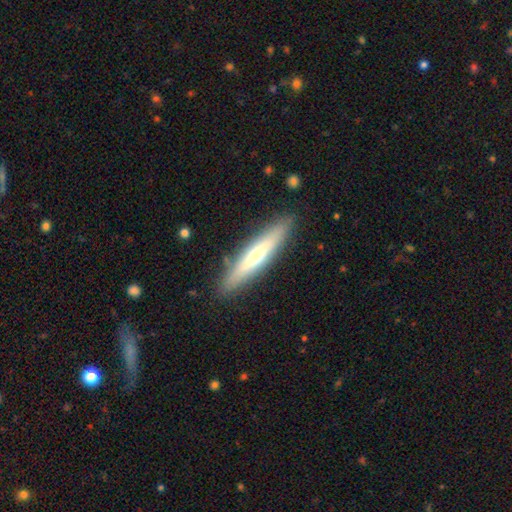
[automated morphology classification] Smooth or featured? smooth (47%, tied with featured or disk)
Merging? none (89%)